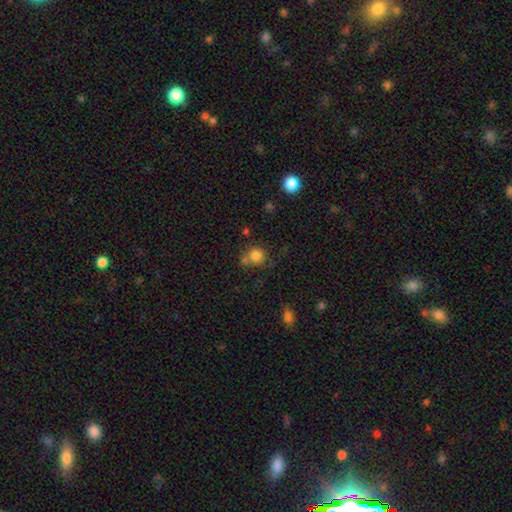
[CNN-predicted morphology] The model was most divided on "merging": none: 59%, merger: 22%, minor disturbance: 14%, major disturbance: 5%. More confident: how rounded — round (88%); smooth or featured — smooth (81%).